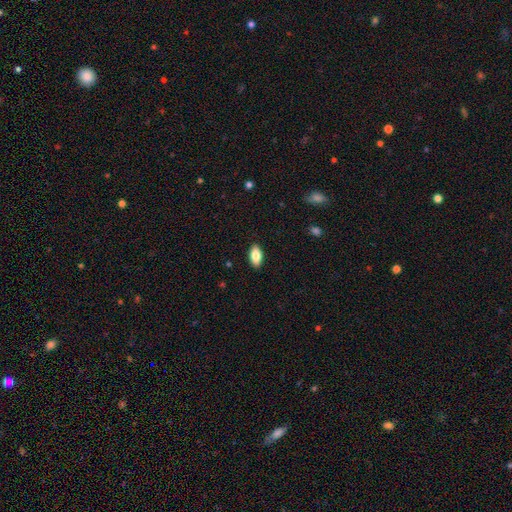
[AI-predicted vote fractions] A smooth galaxy with no disk features (84%) that is in between round and cigar-shaped (92%). Merging: none (90%).